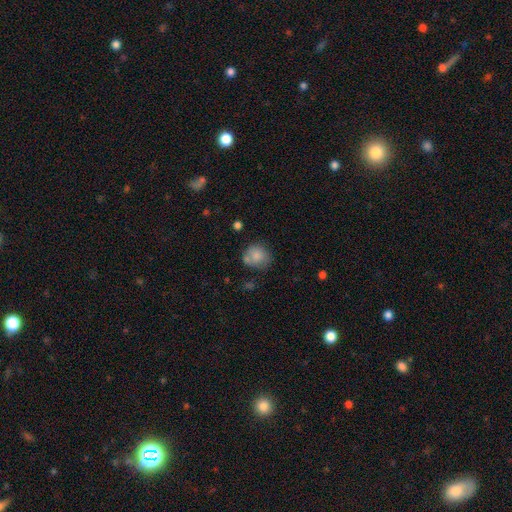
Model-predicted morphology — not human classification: smooth_or_featured: smooth (p=0.80) [alt: featured or disk p=0.11]
how_rounded: round (p=0.78) [alt: in between p=0.21]
merging: none (p=0.57) [alt: minor disturbance p=0.22]